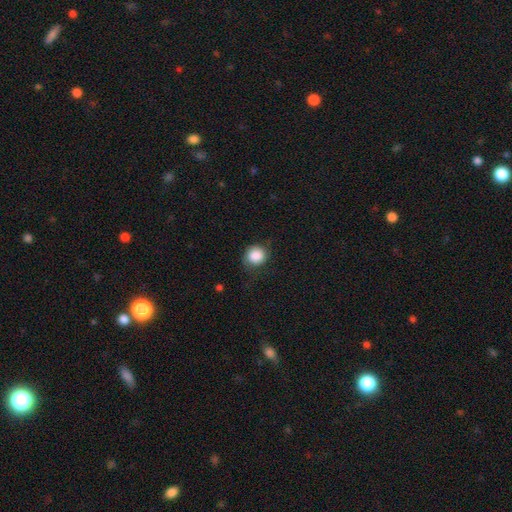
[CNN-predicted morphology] smooth-or-featured: smooth: 86% | star or artifact: 7% | featured or disk: 6%
  how-rounded: round: 84% | in between: 15% | cigar-shaped: 1%
  merging: none: 69% | minor disturbance: 22% | major disturbance: 8% | merger: 1%